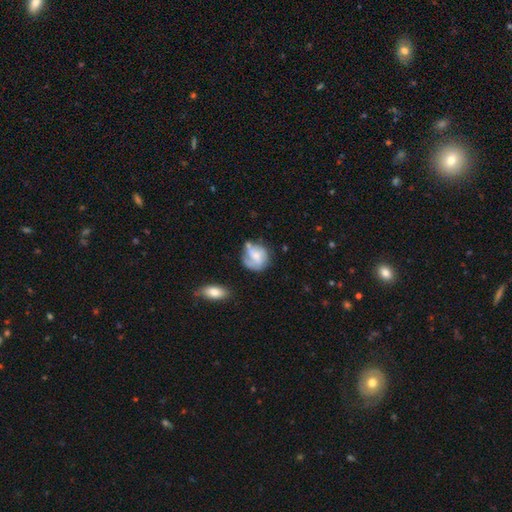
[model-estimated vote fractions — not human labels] Smooth or featured? featured or disk (48%)
Merging? none (47%)